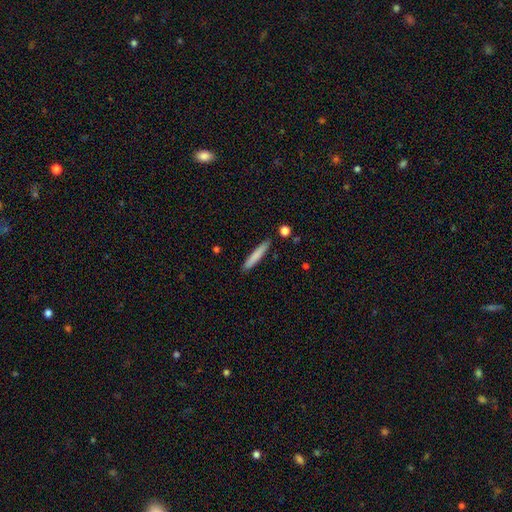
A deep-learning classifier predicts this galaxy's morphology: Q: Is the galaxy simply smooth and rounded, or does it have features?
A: smooth — 79%.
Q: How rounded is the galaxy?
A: cigar-shaped — 94%.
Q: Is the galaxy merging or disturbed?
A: none — 88%.